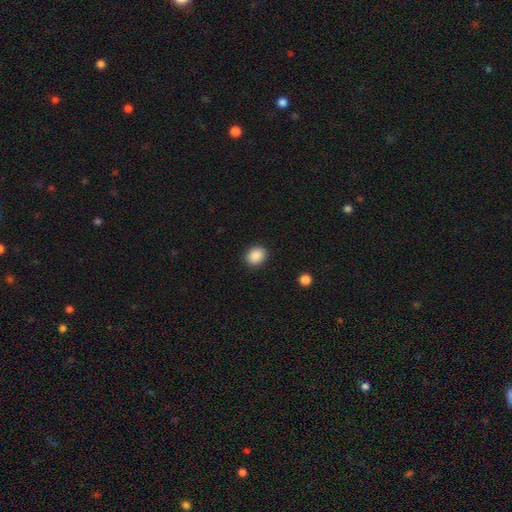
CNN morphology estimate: This appears to be a smooth galaxy with no disk features (89%) that is round (59%). Merging: none (89%).